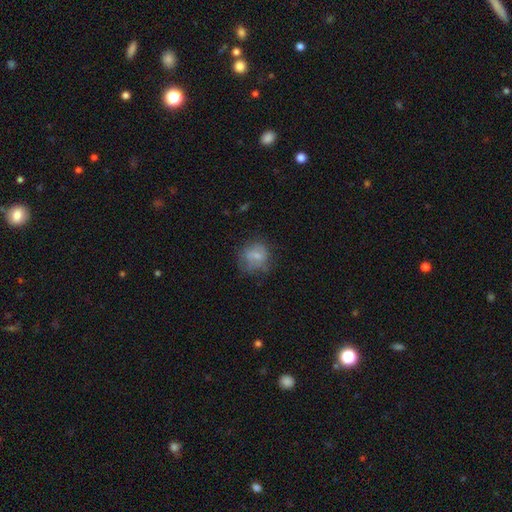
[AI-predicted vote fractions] Smooth or featured?
  - smooth: 65% *
  - featured or disk: 26%
  - star or artifact: 10%
How rounded?
  - round: 77% *
  - in between: 22%
  - cigar-shaped: 1%
Merging?
  - none: 56% *
  - minor disturbance: 25%
  - major disturbance: 16%
  - merger: 3%